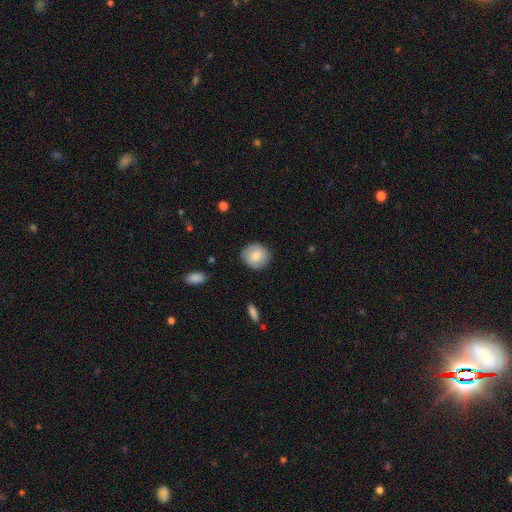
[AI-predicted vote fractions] Morphology: type=smooth (80%); roundness=round (85%); merging=none (84%).